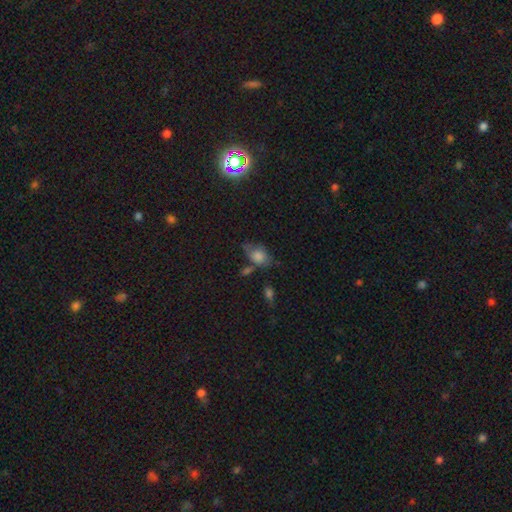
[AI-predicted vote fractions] A smooth galaxy with no disk features (61%) that is in between round and cigar-shaped (71%).

Vote fractions:
- Smooth or featured? smooth: 61% / star or artifact: 20% / featured or disk: 19%
- How rounded? in between: 71% / round: 26% / cigar-shaped: 3%
- Merging? none: 52% / minor disturbance: 27% / major disturbance: 11% / merger: 10%